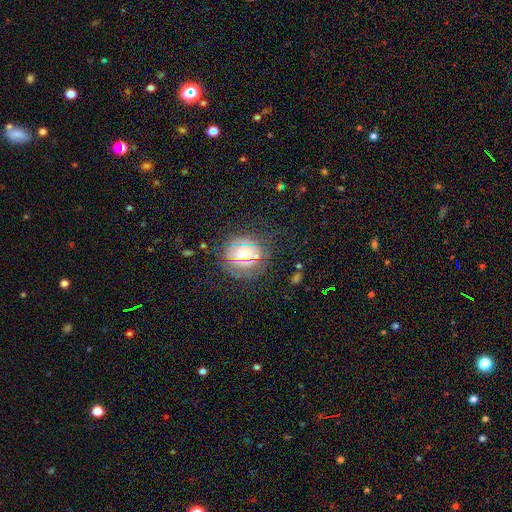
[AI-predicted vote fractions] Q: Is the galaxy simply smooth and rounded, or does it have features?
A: smooth — 39%.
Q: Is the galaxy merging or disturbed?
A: none — 79%.